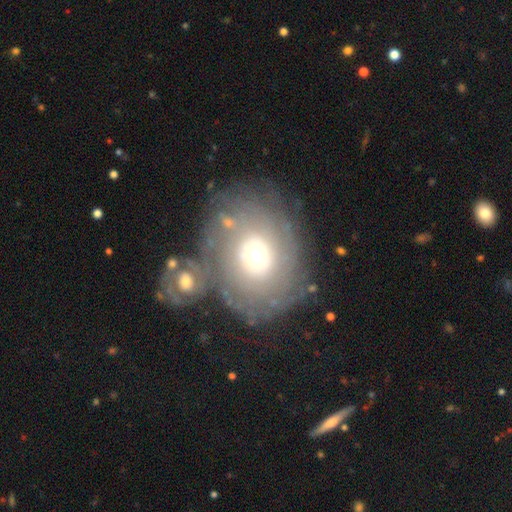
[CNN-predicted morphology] smooth-or-featured: featured or disk: 53% | smooth: 37% | star or artifact: 10%
  disk-edge-on: no: 96% | yes: 4%
    bar: no: 87% | weak: 10% | strong: 3%
    has-spiral-arms: yes: 56% | no: 44%
    bulge-size: moderate: 56% | small: 30% | large: 10% | dominant: 2% | none: 1%
  merging: none: 46% | merger: 31% | minor disturbance: 14% | major disturbance: 9%